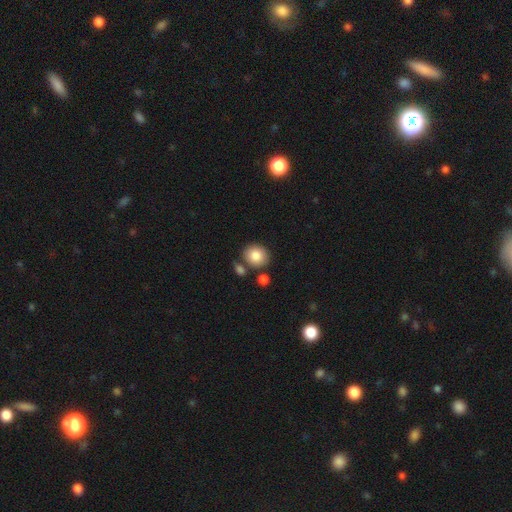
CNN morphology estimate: Overall: smooth (84%). How rounded: round (71%). Merging: none (73%).